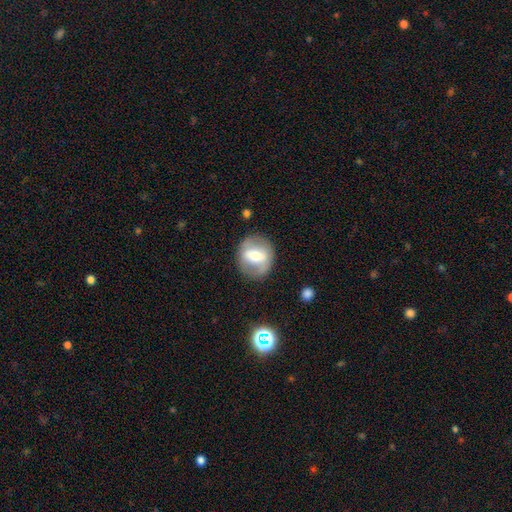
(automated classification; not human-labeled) A featured or disk galaxy (47%).

Vote fractions:
- Smooth or featured? featured or disk: 47% / smooth: 46% / star or artifact: 7%
- Merging? none: 80% / minor disturbance: 12% / major disturbance: 6% / merger: 2%